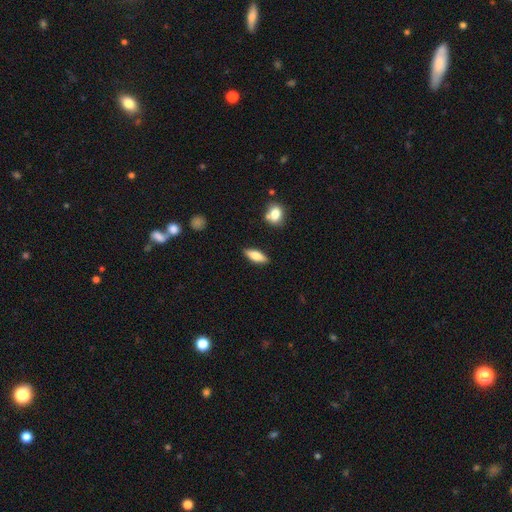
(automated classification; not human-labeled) Overall: smooth (67%). How rounded: in between (62%; cigar-shaped 35%). Merging: none (86%).